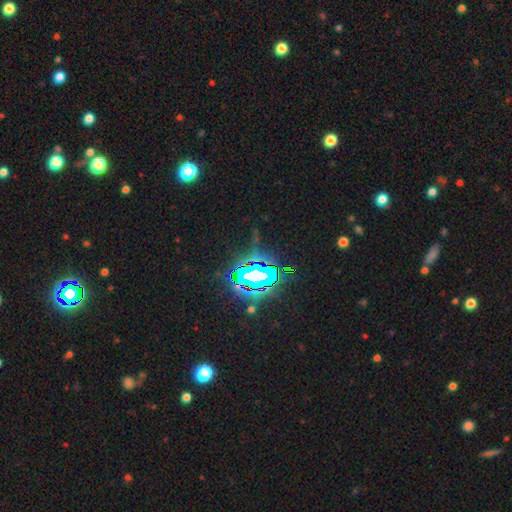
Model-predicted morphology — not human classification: A star or artifact, not a galaxy (81%).